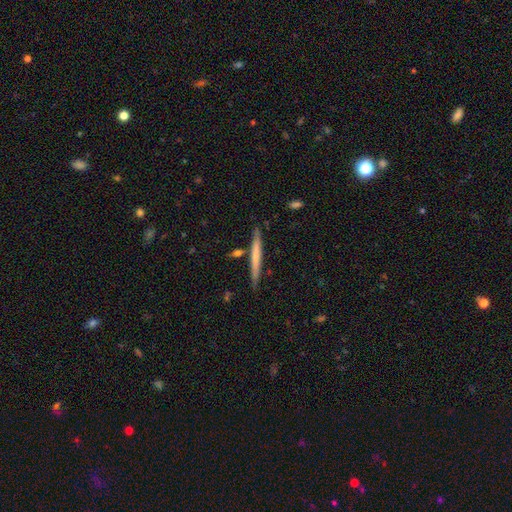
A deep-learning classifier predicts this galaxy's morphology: Q: Smooth or featured?
A: smooth (55%); runner-up: featured or disk (39%)
Q: How rounded?
A: cigar-shaped (96%); runner-up: in between (2%)
Q: Merging?
A: none (84%); runner-up: minor disturbance (10%)